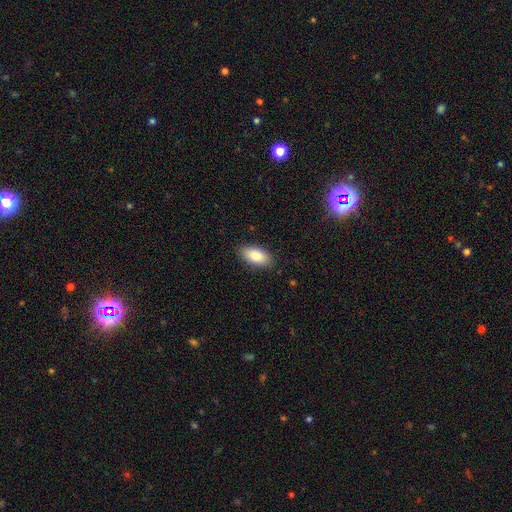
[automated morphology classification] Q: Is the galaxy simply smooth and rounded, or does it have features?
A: smooth — 84%.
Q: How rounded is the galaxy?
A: in between — 92%.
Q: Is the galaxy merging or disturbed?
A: none — 87%.